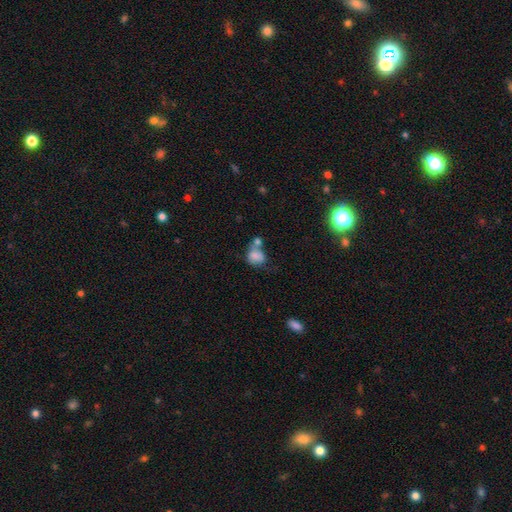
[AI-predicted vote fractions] Smooth or featured? Predicted: smooth (p=0.75). How rounded? Predicted: in between (p=0.52). Merging? Predicted: merger (p=0.43).